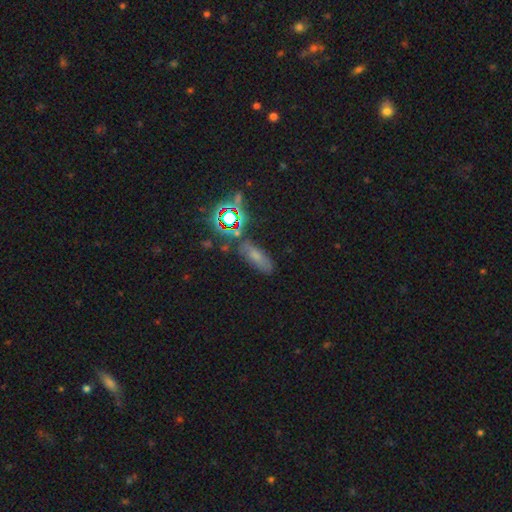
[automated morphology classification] smooth_or_featured: smooth (p=0.53) [alt: star or artifact p=0.31]
how_rounded: in between (p=0.60) [alt: cigar-shaped p=0.33]
merging: none (p=0.68) [alt: minor disturbance p=0.19]